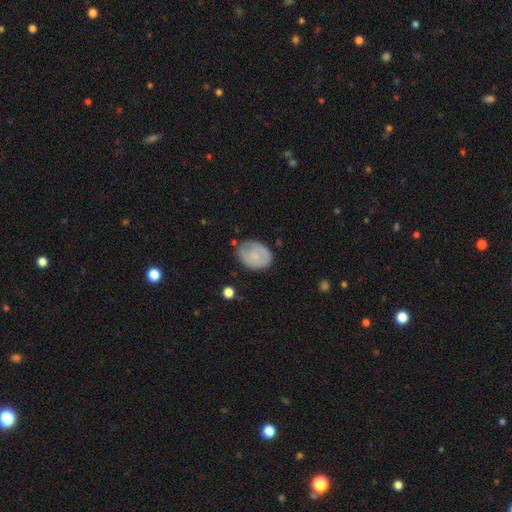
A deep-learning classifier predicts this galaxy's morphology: A smooth galaxy with no disk features (62%) that is in between round and cigar-shaped (60%). Merging: none (66%).